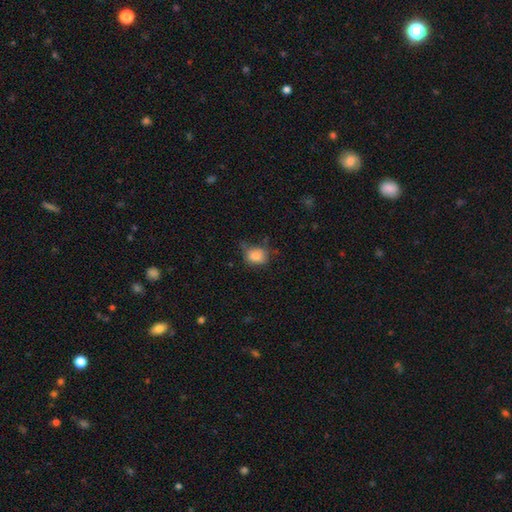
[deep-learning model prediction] smooth-or-featured: smooth: 81% | star or artifact: 10% | featured or disk: 9%
  how-rounded: round: 55% | in between: 44% | cigar-shaped: 1%
  merging: none: 54% | minor disturbance: 32% | major disturbance: 10% | merger: 3%